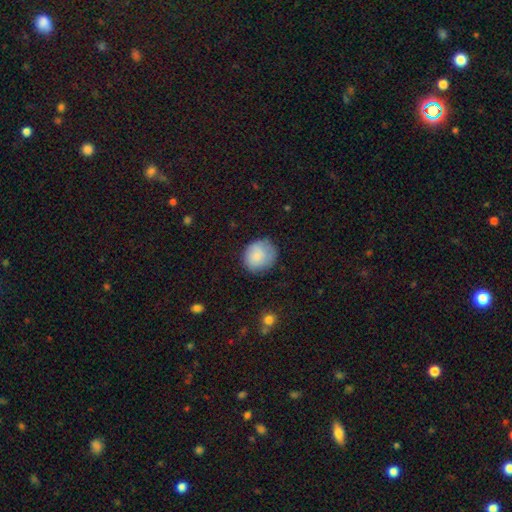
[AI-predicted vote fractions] The model was most divided on "merging": none: 71%, minor disturbance: 22%, major disturbance: 5%, merger: 1%. More confident: smooth or featured — smooth (83%); how rounded — round (78%).